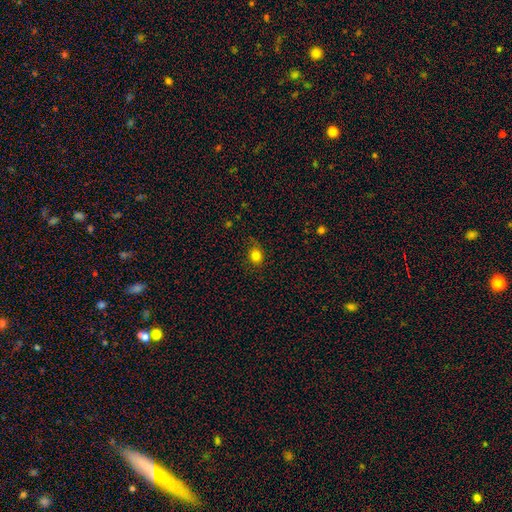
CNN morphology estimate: Smooth or featured? smooth (82%)
How rounded? round (65%)
Merging? none (74%)